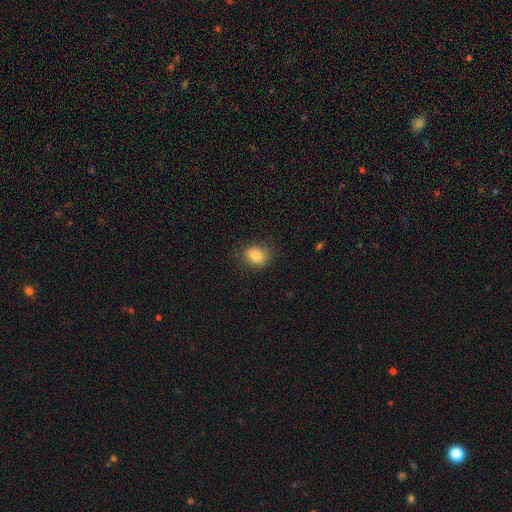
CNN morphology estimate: Q: Smooth or featured?
A: smooth (85%); runner-up: star or artifact (9%)
Q: How rounded?
A: round (54%); runner-up: in between (45%)
Q: Merging?
A: none (82%); runner-up: minor disturbance (13%)